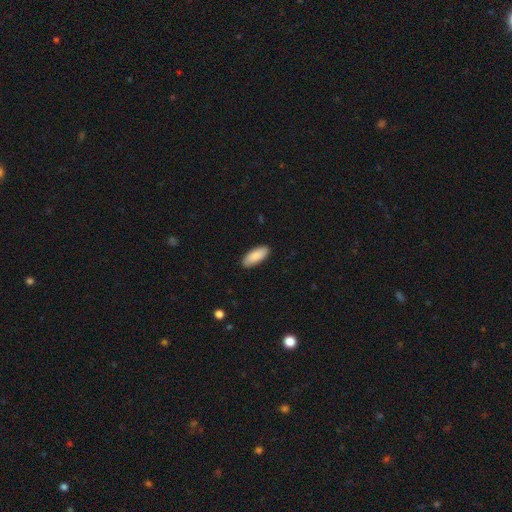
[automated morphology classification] A smooth galaxy with no disk features (89%) that is in between round and cigar-shaped (81%). Merging: none (89%).